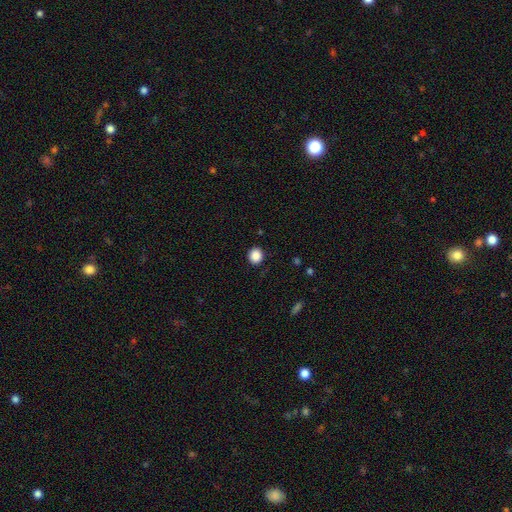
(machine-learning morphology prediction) This is clearly a smooth galaxy (88%). How rounded: clearly round (84%). Merging: clearly none (90%).